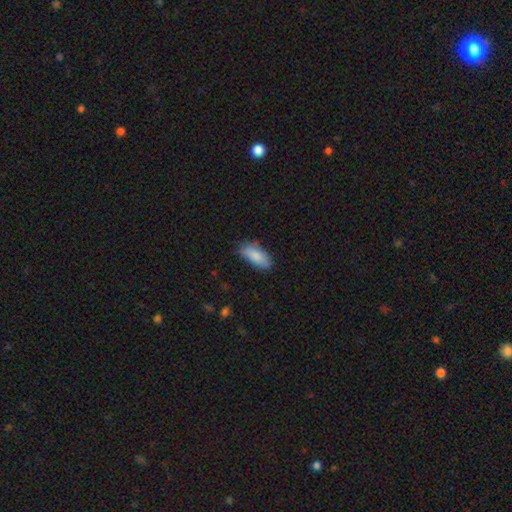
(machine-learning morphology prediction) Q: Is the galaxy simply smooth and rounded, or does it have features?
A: smooth — 86%.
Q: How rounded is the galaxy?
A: in between — 86%.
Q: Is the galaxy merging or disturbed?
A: none — 71%.